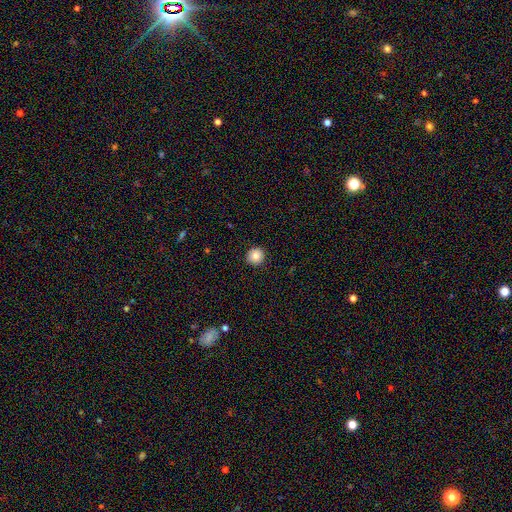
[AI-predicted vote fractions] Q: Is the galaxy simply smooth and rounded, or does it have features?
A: smooth — 82%.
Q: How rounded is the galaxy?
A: round — 94%.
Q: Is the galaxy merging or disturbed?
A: none — 92%.